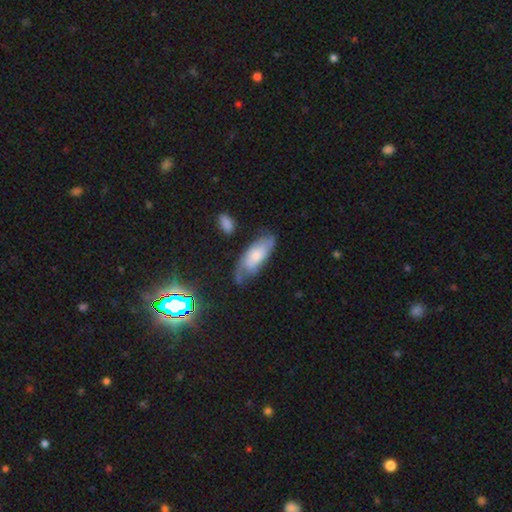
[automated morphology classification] Smooth or featured?
  - featured or disk: 47% *
  - smooth: 45%
  - star or artifact: 7%
Merging?
  - none: 54% *
  - minor disturbance: 29%
  - major disturbance: 13%
  - merger: 4%